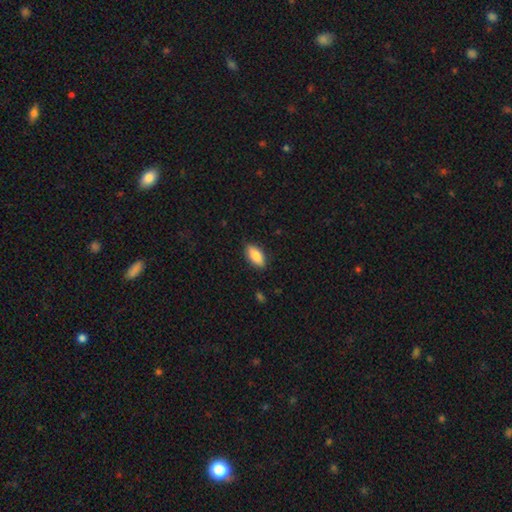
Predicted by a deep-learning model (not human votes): Smooth or featured? Predicted: smooth (p=0.85). How rounded? Predicted: in between (p=0.88). Merging? Predicted: none (p=0.86).